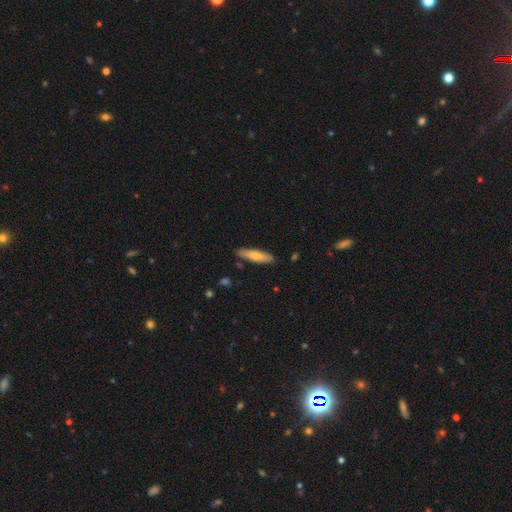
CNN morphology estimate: smooth 71%, featured or disk 23%, star or artifact 6%. Down the decision tree: how rounded — cigar-shaped (73%); merging — none (85%).